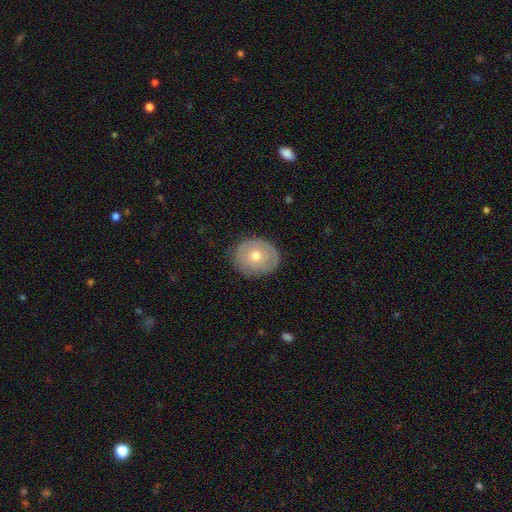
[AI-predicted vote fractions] Smooth or featured? Predicted: smooth (p=0.54). How rounded? Predicted: round (p=0.76). Merging? Predicted: none (p=0.84).